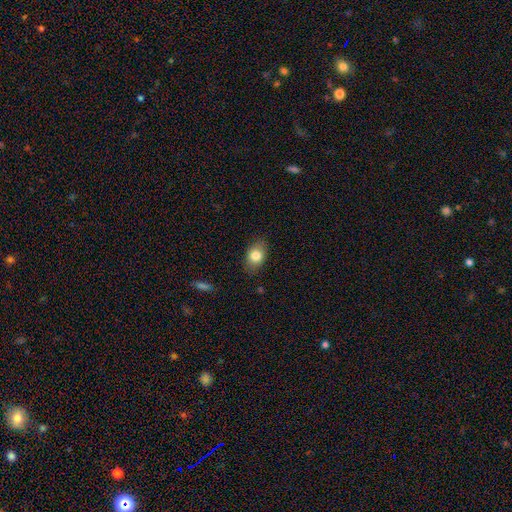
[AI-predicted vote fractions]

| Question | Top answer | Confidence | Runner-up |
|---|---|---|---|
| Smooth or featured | smooth | 81% | featured or disk (11%) |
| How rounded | in between | 79% | round (19%) |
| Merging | none | 82% | minor disturbance (14%) |